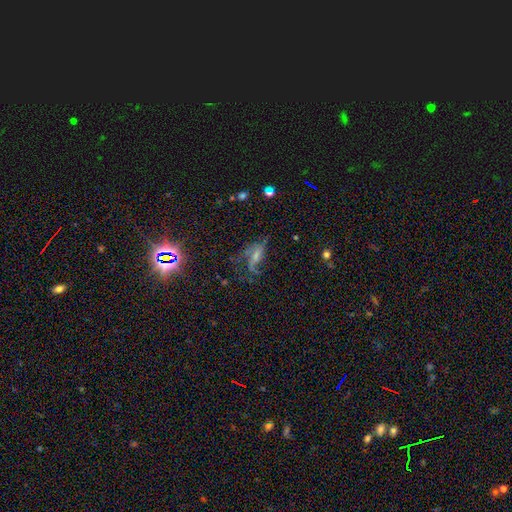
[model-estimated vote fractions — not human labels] Smooth or featured? featured or disk (56%)
Edge-on disk? no (90%)
Bar? no (46%)
Spiral arms? yes (83%)
Bulge size? small (49%)
Merging? none (45%)